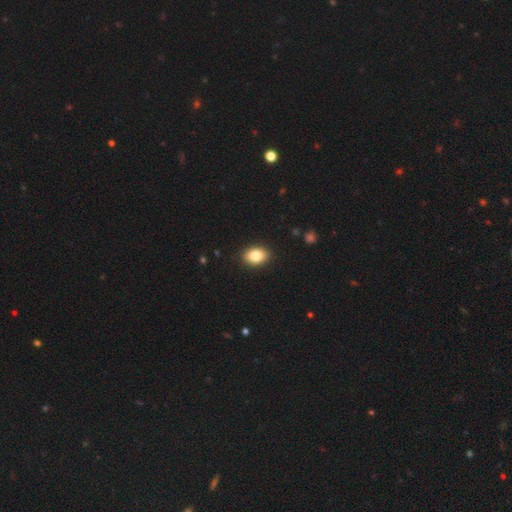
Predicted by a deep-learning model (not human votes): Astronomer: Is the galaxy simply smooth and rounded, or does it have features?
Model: smooth — 82%.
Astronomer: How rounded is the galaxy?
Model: in between — 82%.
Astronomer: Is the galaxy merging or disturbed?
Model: none — 90%.